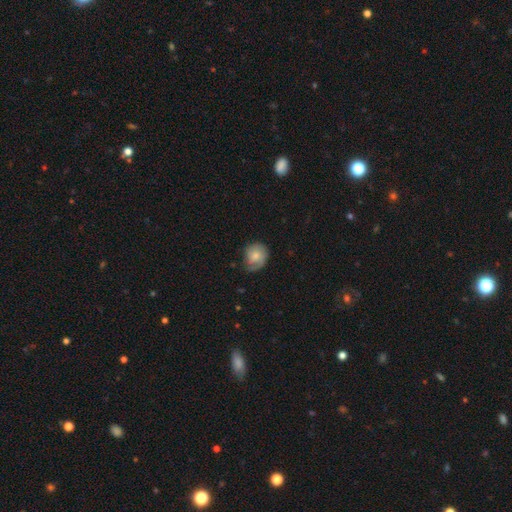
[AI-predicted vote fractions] Smooth or featured? Predicted: smooth (p=0.56). How rounded? Predicted: round (p=0.68). Merging? Predicted: none (p=0.56).